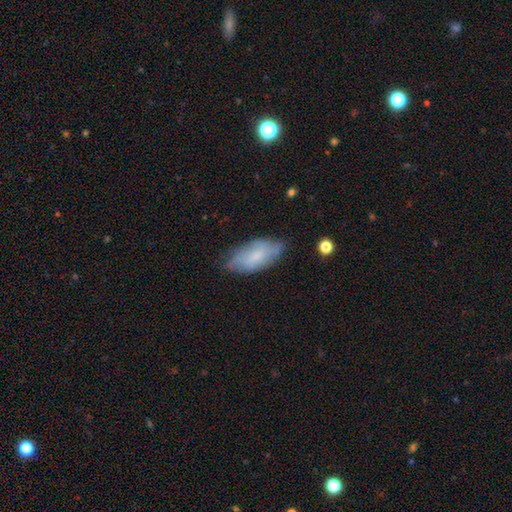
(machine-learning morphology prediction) A smooth galaxy with no disk features (66%) that is in between round and cigar-shaped (89%).

Vote fractions:
- Smooth or featured? smooth: 66% / featured or disk: 27% / star or artifact: 7%
- How rounded? in between: 89% / cigar-shaped: 9% / round: 2%
- Merging? none: 66% / minor disturbance: 27% / major disturbance: 6% / merger: 2%